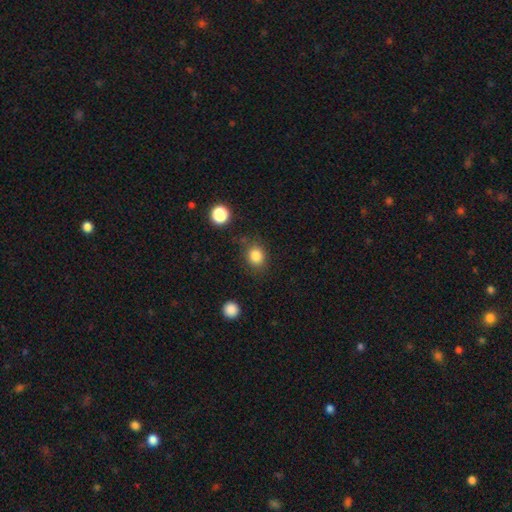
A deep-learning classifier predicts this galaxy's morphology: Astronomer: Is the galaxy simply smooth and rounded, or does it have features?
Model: smooth — 84%.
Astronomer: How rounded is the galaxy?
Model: round — 72%.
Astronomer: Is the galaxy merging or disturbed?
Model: none — 77%.